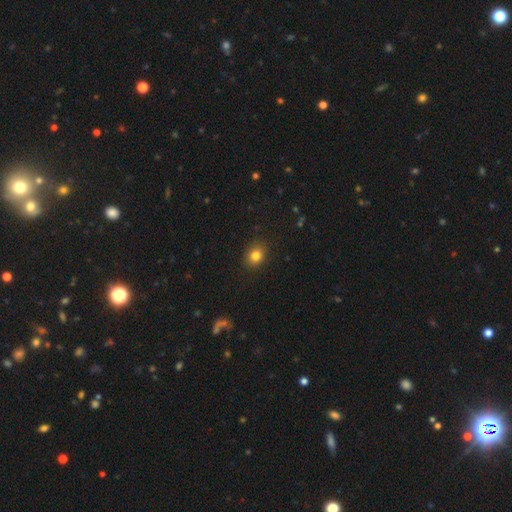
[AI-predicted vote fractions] smooth_or_featured: smooth (p=0.82) [alt: star or artifact p=0.12]
how_rounded: round (p=0.59) [alt: in between p=0.40]
merging: none (p=0.88) [alt: minor disturbance p=0.08]